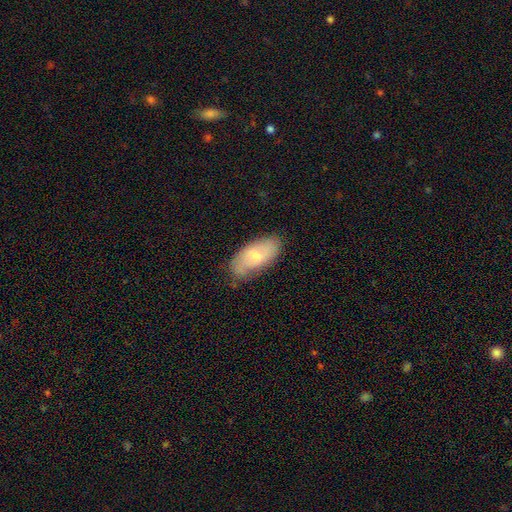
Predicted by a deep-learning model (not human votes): Overall: smooth (64%; featured or disk 30%). How rounded: in between (90%). Merging: none (73%).